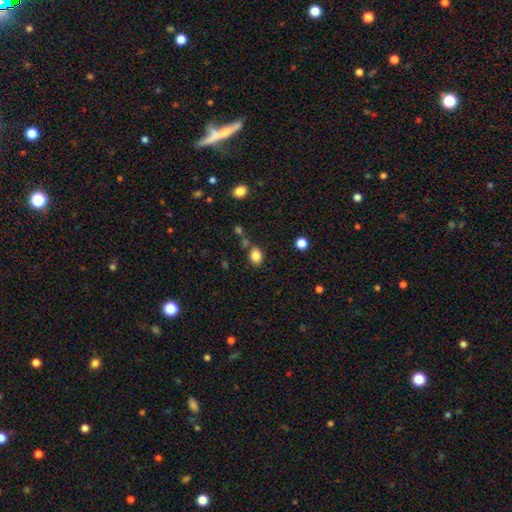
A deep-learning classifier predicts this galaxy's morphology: Q: Smooth or featured?
A: smooth (84%); runner-up: star or artifact (11%)
Q: How rounded?
A: in between (58%); runner-up: round (41%)
Q: Merging?
A: none (74%); runner-up: minor disturbance (14%)